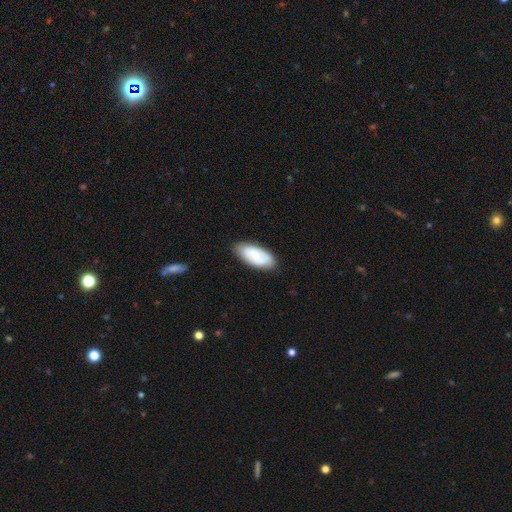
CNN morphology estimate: This is likely a smooth galaxy (68%). How rounded: clearly in between (90%). Merging: clearly none (81%).